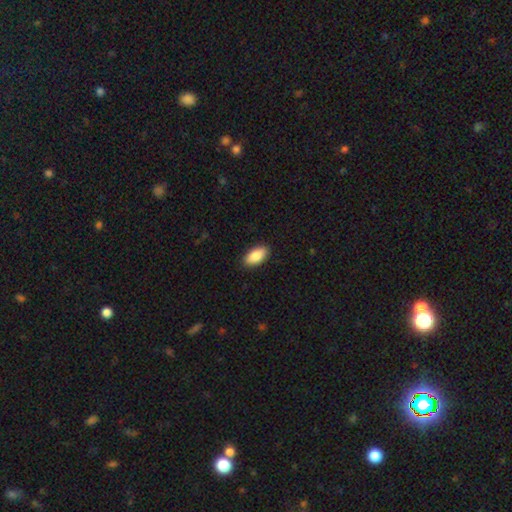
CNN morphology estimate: Q: Smooth or featured?
A: smooth (88%); runner-up: star or artifact (6%)
Q: How rounded?
A: in between (93%); runner-up: cigar-shaped (5%)
Q: Merging?
A: none (90%); runner-up: minor disturbance (8%)